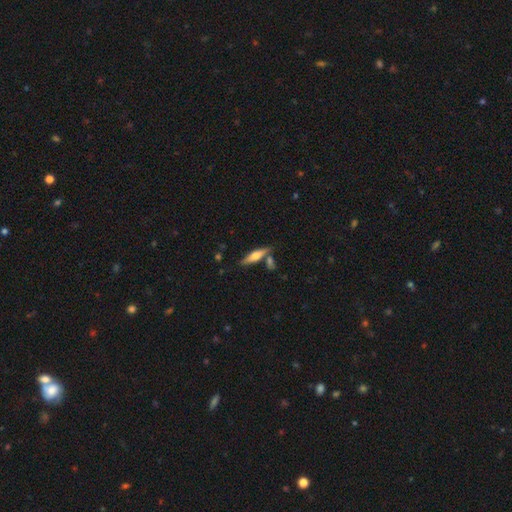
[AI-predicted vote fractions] smooth-or-featured: smooth: 49% | featured or disk: 45% | star or artifact: 6%
  merging: none: 72% | merger: 12% | minor disturbance: 12% | major disturbance: 3%